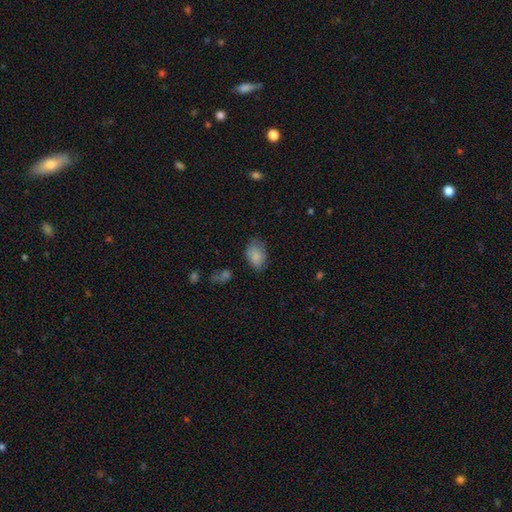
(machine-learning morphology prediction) smooth-or-featured: smooth: 83% | featured or disk: 9% | star or artifact: 7%
  how-rounded: in between: 86% | round: 13% | cigar-shaped: 1%
  merging: none: 69% | minor disturbance: 23% | major disturbance: 6% | merger: 2%